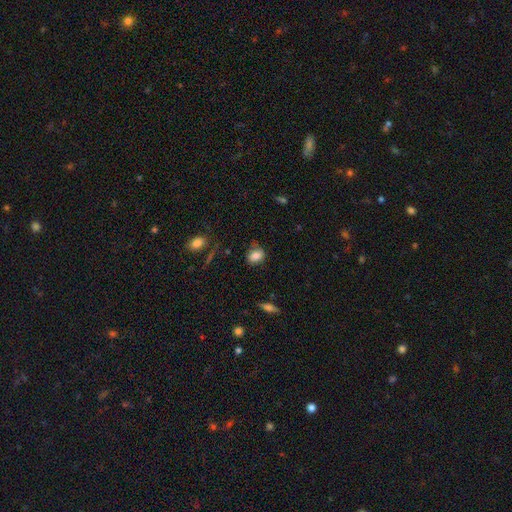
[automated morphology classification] This appears to be a smooth galaxy with no disk features (80%) that is in between round and cigar-shaped (60%). Merging: none (63%).